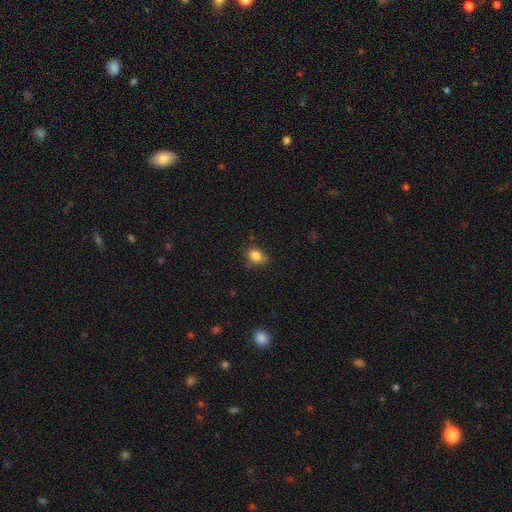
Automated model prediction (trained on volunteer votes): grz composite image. It shows a smooth galaxy with no disk features (83%) that is round (52%). Merging: none (66%).